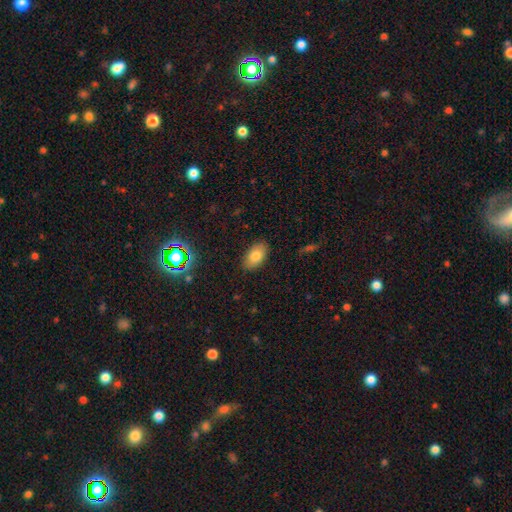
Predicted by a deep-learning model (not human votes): Smooth or featured?
  - smooth: 80% *
  - featured or disk: 10%
  - star or artifact: 10%
How rounded?
  - in between: 92% *
  - round: 6%
  - cigar-shaped: 2%
Merging?
  - none: 86% *
  - minor disturbance: 10%
  - major disturbance: 2%
  - merger: 1%